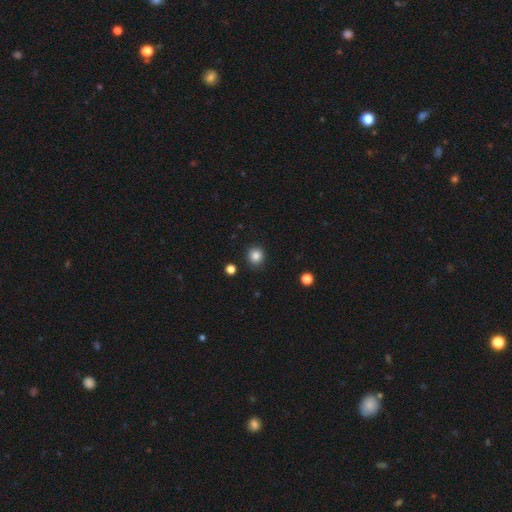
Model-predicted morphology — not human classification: Q: Smooth or featured?
A: smooth (85%); runner-up: star or artifact (11%)
Q: How rounded?
A: round (91%); runner-up: in between (8%)
Q: Merging?
A: none (89%); runner-up: minor disturbance (7%)